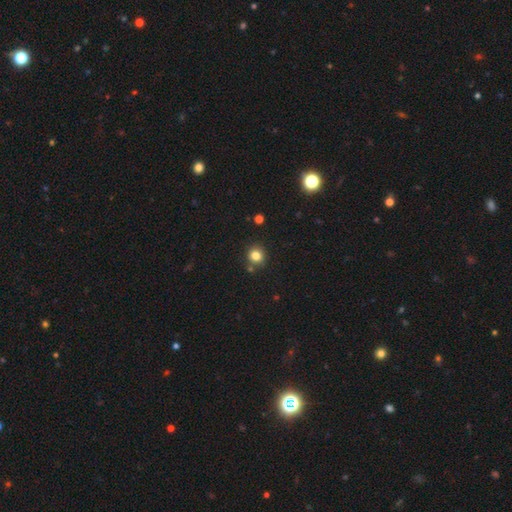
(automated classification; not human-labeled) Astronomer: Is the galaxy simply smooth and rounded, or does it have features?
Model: smooth — 81%.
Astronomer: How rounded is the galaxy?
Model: round — 90%.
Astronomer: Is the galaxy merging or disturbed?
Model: none — 84%.